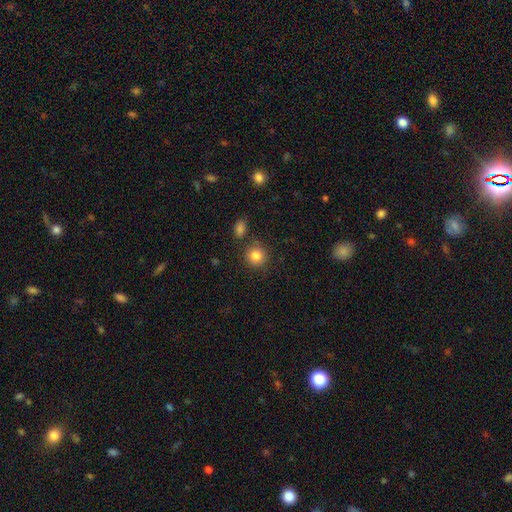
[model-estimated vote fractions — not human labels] A smooth galaxy with no disk features (84%) that is round (90%). Merging: none (82%).